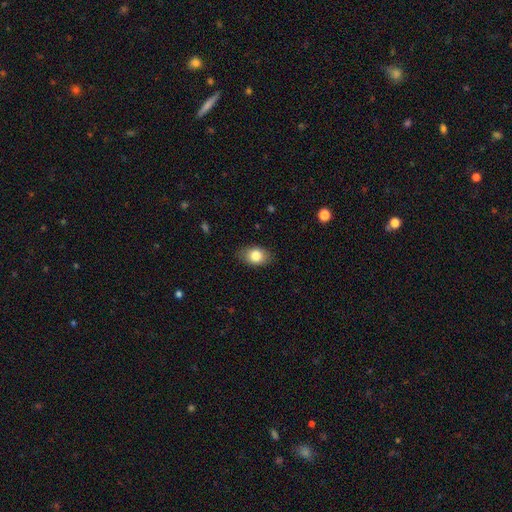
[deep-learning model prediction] This appears to be a smooth galaxy with no disk features (82%) that is in between round and cigar-shaped (82%). Merging: none (84%).